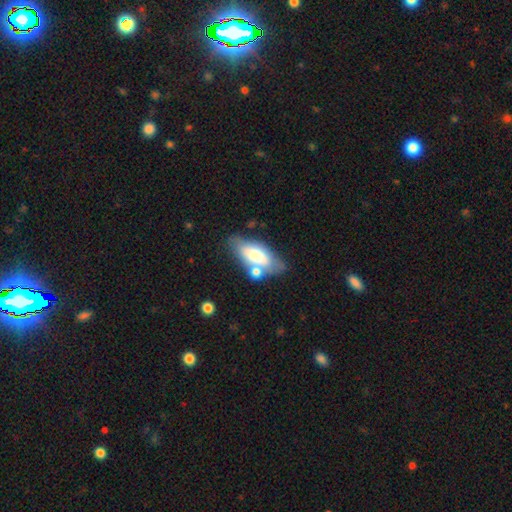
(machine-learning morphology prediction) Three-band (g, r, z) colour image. It shows a smooth galaxy with no disk features (64%) that is in between round and cigar-shaped (82%). Merging: none (49%).